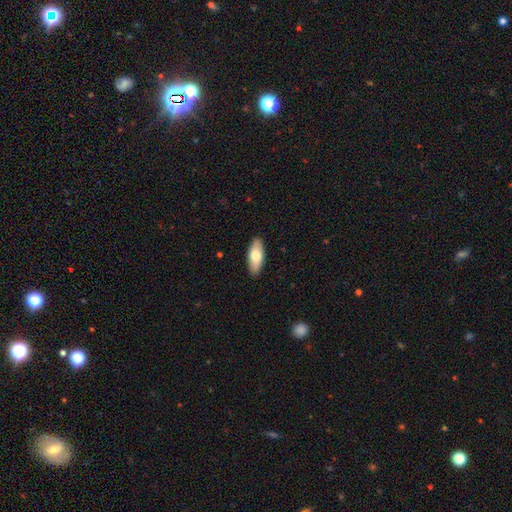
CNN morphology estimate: type=smooth (74%); roundness=in between (81%); merging=none (90%).